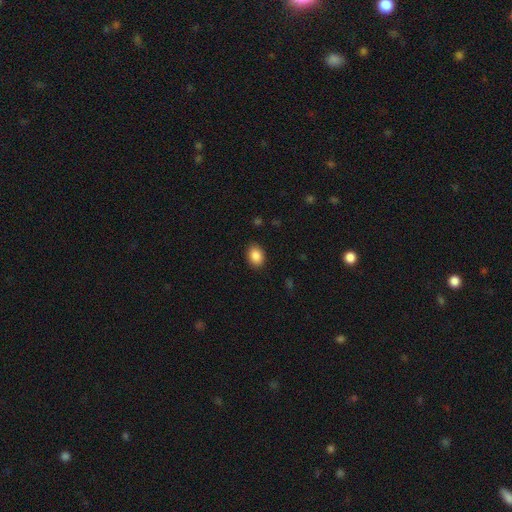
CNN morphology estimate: Overall: smooth (88%). How rounded: in between (70%). Merging: none (89%).